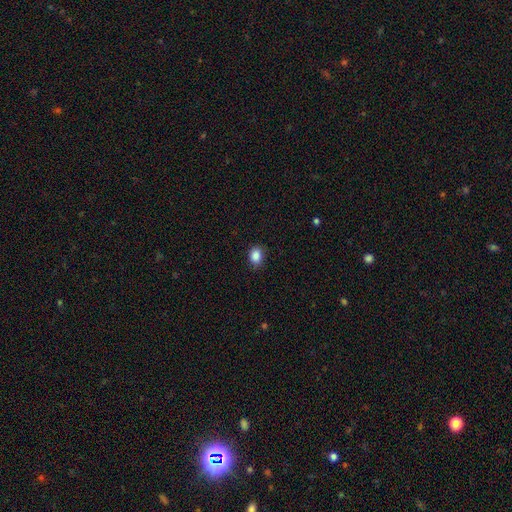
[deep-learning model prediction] Smooth or featured? Predicted: smooth (p=0.87). How rounded? Predicted: in between (p=0.52). Merging? Predicted: none (p=0.83).